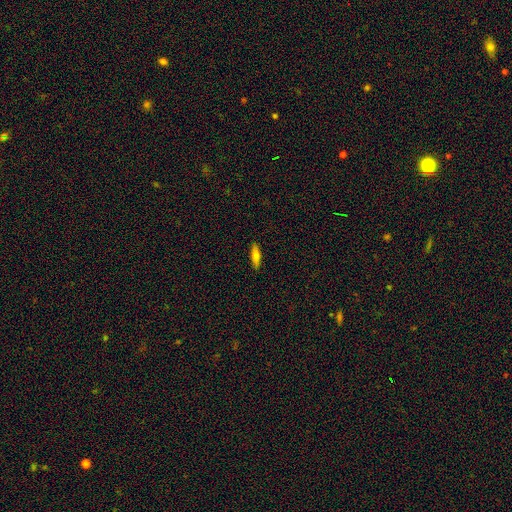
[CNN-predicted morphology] Smooth or featured?
  - smooth: 72% *
  - featured or disk: 21%
  - star or artifact: 7%
How rounded?
  - cigar-shaped: 63% *
  - in between: 35%
  - round: 2%
Merging?
  - none: 90% *
  - minor disturbance: 8%
  - major disturbance: 2%
  - merger: 1%